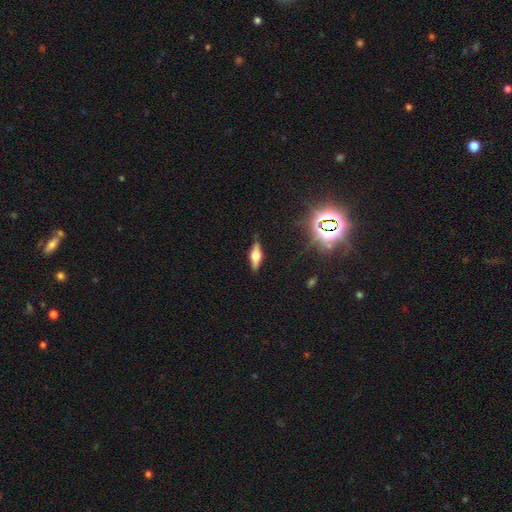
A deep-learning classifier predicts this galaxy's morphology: A featured or disk galaxy (56%) viewed edge-on (93%) with a rounded central bulge (89%).

Vote fractions:
- Smooth or featured? featured or disk: 56% / smooth: 33% / star or artifact: 11%
- Edge-on disk? yes: 93% / no: 7%
- Edge-on bulge? rounded: 89% / boxy: 9% / none: 2%
- Merging? none: 85% / minor disturbance: 11% / major disturbance: 3% / merger: 1%